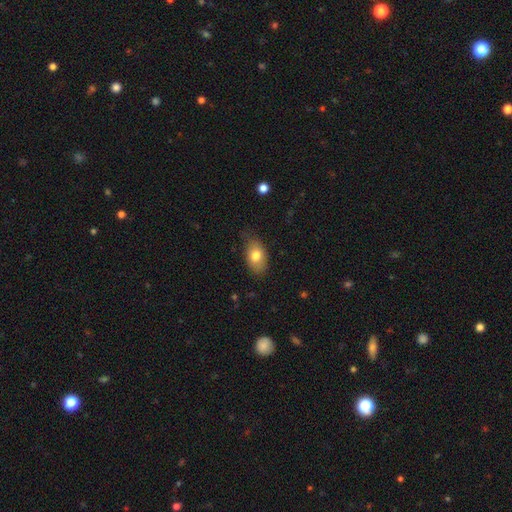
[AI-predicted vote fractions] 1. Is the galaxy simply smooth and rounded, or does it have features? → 77% smooth, 15% featured or disk, 8% star or artifact.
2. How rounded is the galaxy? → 89% in between, 9% round, 2% cigar-shaped.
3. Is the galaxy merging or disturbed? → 68% none, 26% minor disturbance, 5% major disturbance, 1% merger.